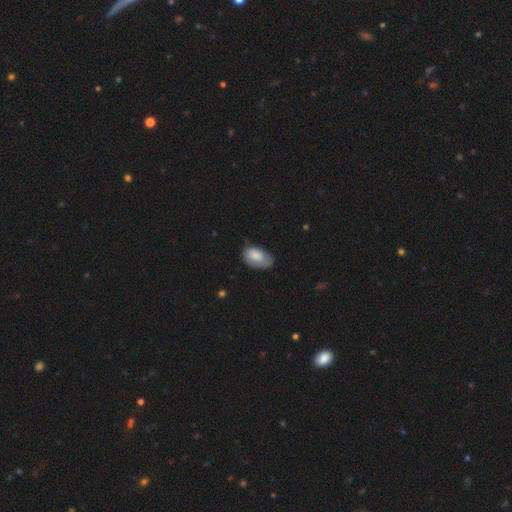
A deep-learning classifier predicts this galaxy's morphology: A smooth galaxy with no disk features (79%) that is in between round and cigar-shaped (92%).

Vote fractions:
- Smooth or featured? smooth: 79% / featured or disk: 15% / star or artifact: 6%
- How rounded? in between: 92% / round: 6% / cigar-shaped: 1%
- Merging? none: 44% / minor disturbance: 41% / major disturbance: 14% / merger: 2%